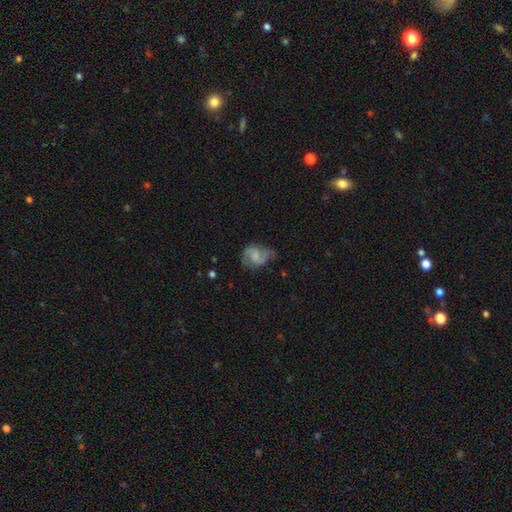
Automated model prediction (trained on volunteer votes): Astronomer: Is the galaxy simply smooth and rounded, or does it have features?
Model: featured or disk — 66%.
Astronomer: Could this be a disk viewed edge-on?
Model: no — 98%.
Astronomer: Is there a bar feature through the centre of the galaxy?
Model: weak — 45% (runner-up: no, 44%).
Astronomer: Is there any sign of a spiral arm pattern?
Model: yes — 91%.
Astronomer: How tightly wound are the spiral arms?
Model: medium — 49% (runner-up: loose, 31%).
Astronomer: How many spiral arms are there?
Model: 2 — 85%.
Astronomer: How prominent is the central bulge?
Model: none — 42% (runner-up: small, 30%).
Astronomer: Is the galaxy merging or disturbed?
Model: none — 57%.